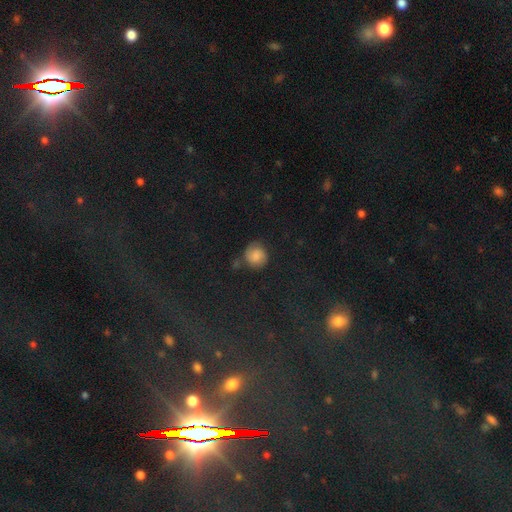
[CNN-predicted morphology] Q: Smooth or featured?
A: smooth (56%); runner-up: featured or disk (30%)
Q: How rounded?
A: round (82%); runner-up: in between (16%)
Q: Merging?
A: none (63%); runner-up: minor disturbance (23%)